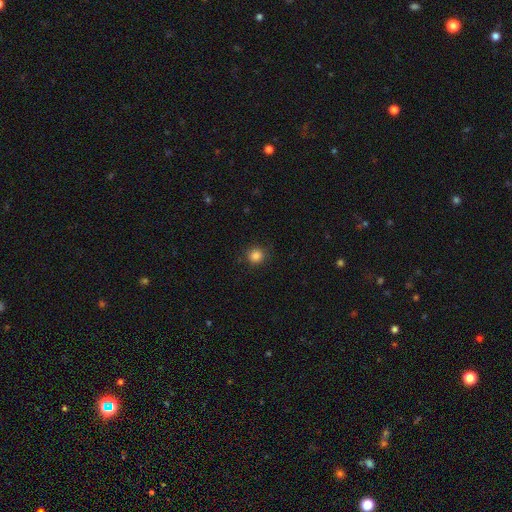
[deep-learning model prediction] Morphology: type=smooth (85%); roundness=round (92%); merging=none (87%).